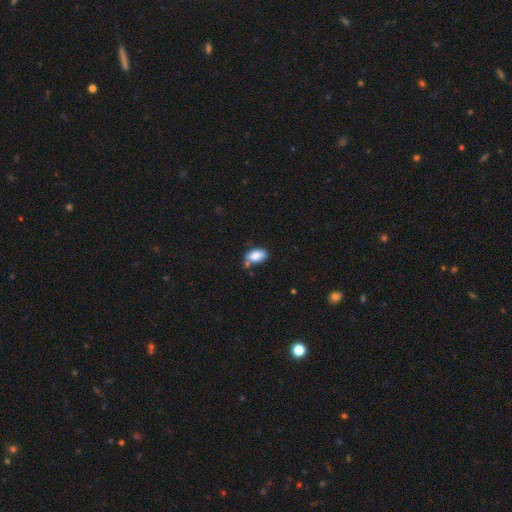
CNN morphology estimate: Smooth or featured? smooth (85%)
How rounded? in between (92%)
Merging? none (54%)